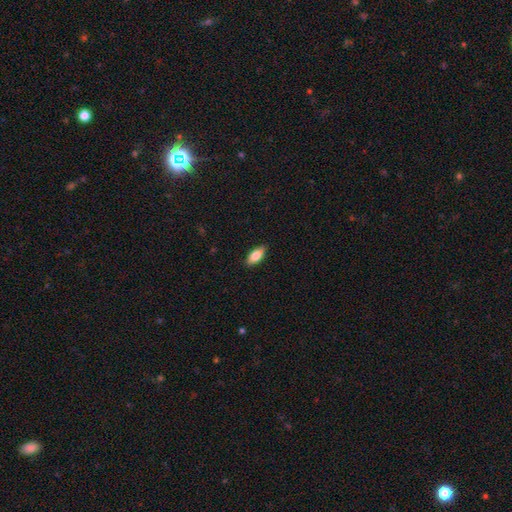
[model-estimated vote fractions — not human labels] smooth-or-featured: smooth: 76% | featured or disk: 17% | star or artifact: 7%
  how-rounded: in between: 82% | cigar-shaped: 15% | round: 3%
  merging: none: 86% | minor disturbance: 11% | major disturbance: 2% | merger: 1%